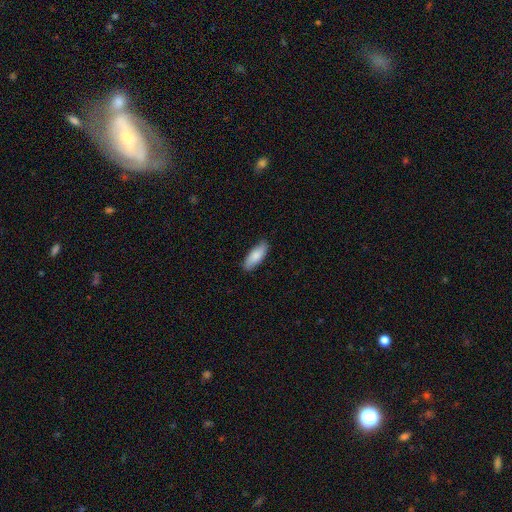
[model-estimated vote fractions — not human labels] A smooth galaxy with no disk features (82%) that is in between round and cigar-shaped (70%).

Vote fractions:
- Smooth or featured? smooth: 82% / featured or disk: 12% / star or artifact: 6%
- How rounded? in between: 70% / cigar-shaped: 28% / round: 2%
- Merging? none: 85% / minor disturbance: 12% / major disturbance: 2% / merger: 1%